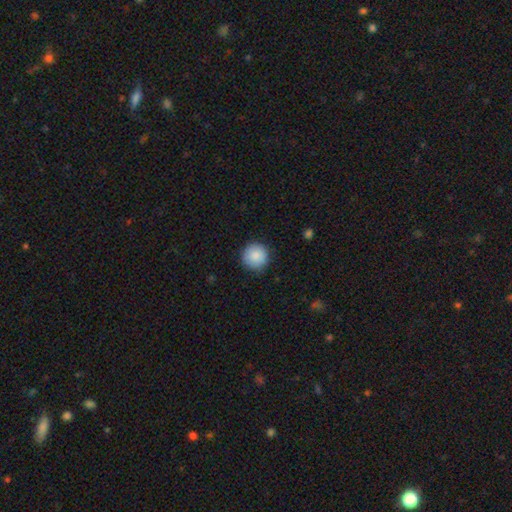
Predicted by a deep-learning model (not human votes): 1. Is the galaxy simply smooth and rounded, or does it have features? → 88% smooth, 7% star or artifact, 5% featured or disk.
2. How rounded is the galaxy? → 96% round, 3% in between, 1% cigar-shaped.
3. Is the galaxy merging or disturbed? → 90% none, 8% minor disturbance, 2% major disturbance, 1% merger.